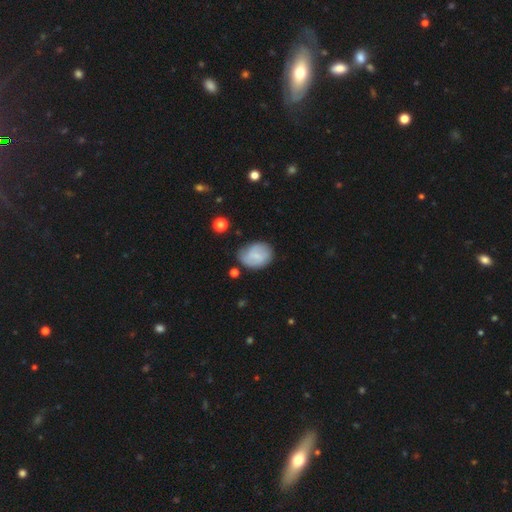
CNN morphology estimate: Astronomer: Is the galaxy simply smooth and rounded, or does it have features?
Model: smooth — 53% (runner-up: featured or disk, 39%).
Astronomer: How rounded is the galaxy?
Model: in between — 63%.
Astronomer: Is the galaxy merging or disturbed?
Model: none — 65%.